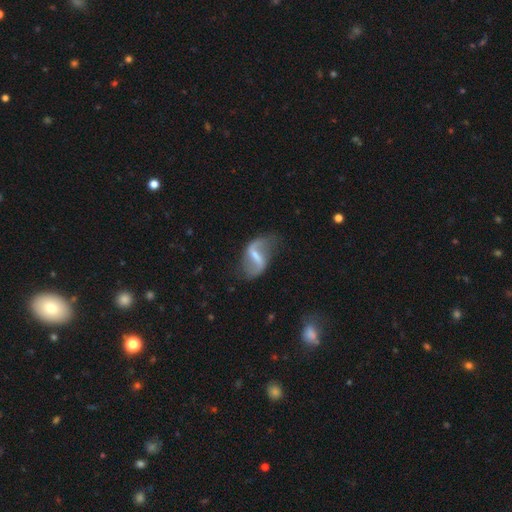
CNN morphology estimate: This is clearly a featured or disk galaxy (84%). It is clearly not viewed edge-on (97%). Bar: possibly strong (55%). Spiral arm pattern: clearly yes (89%). Spiral arm count: clearly 2 (91%). Spiral winding: clearly loose (82%). Central bulge: possibly small (51%). Merging: likely none (71%).